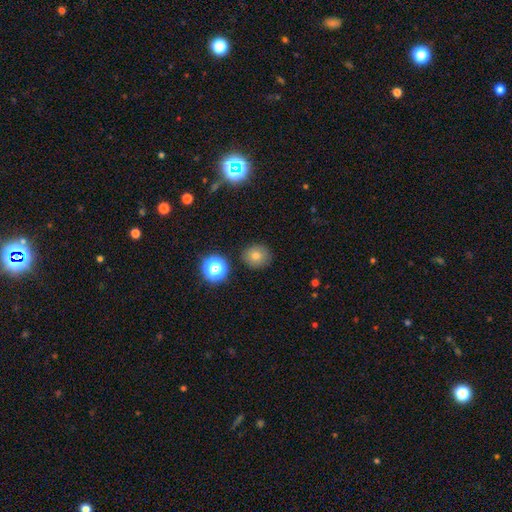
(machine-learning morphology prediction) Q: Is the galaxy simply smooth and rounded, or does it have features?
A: smooth — 75%.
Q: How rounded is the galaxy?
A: round — 89%.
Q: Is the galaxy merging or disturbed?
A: none — 87%.